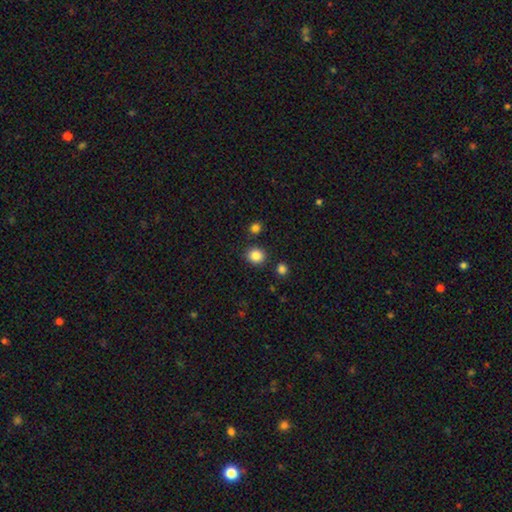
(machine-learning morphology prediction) smooth_or_featured: smooth (p=0.86) [alt: star or artifact p=0.10]
how_rounded: round (p=0.83) [alt: in between p=0.16]
merging: none (p=0.86) [alt: minor disturbance p=0.07]